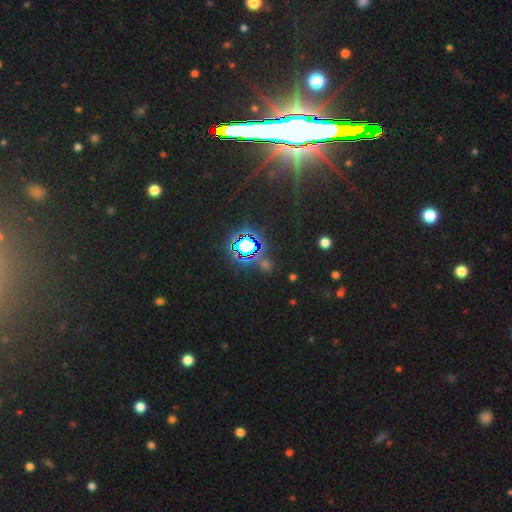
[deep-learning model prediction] smooth_or_featured: star or artifact (p=0.78) [alt: smooth p=0.11]